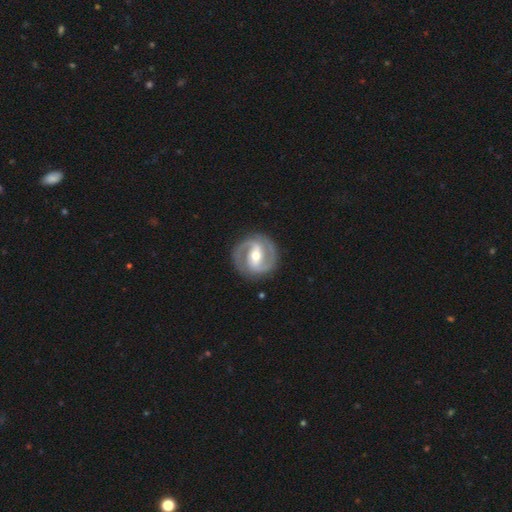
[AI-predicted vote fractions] Smooth or featured? Predicted: featured or disk (p=0.88). Edge-on disk? Predicted: no (p=0.97). Bar? Predicted: strong (p=0.50). Spiral arms? Predicted: yes (p=0.95). Spiral winding? Predicted: medium (p=0.49). Spiral arm count? Predicted: 2 (p=0.92). Bulge size? Predicted: moderate (p=0.69). Merging? Predicted: none (p=0.88).